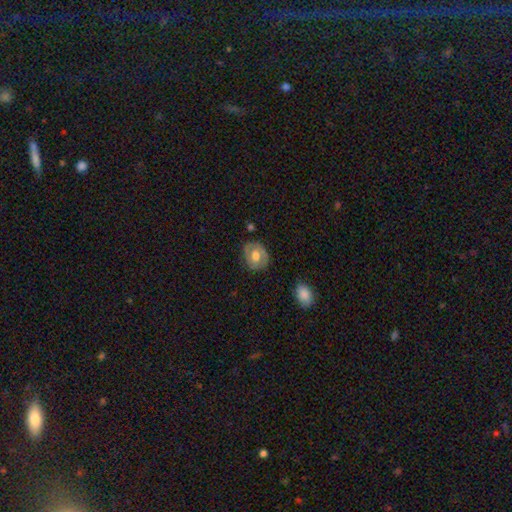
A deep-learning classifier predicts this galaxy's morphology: Smooth or featured? Predicted: smooth (p=0.51). How rounded? Predicted: round (p=0.62). Merging? Predicted: none (p=0.79).